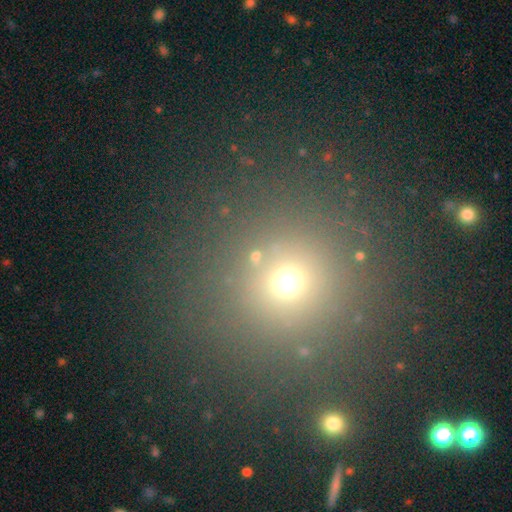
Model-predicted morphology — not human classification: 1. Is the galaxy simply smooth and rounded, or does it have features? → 58% smooth, 33% star or artifact, 9% featured or disk.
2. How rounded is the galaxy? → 82% round, 15% in between, 2% cigar-shaped.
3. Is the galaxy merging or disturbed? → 75% none, 9% merger, 9% minor disturbance, 6% major disturbance.